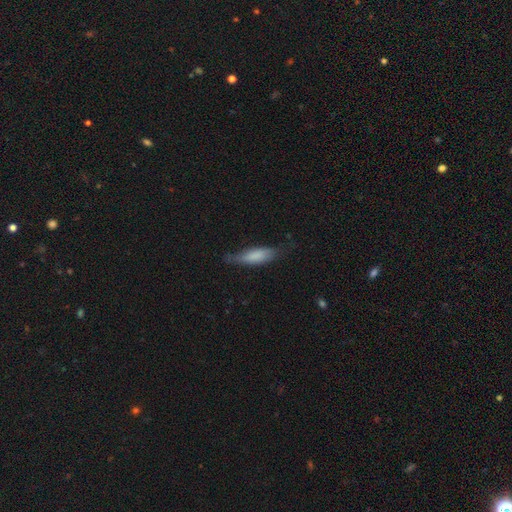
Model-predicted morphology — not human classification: Smooth or featured: smooth — 74% (featured or disk — 20%)
How rounded: cigar-shaped — 53% (in between — 45%)
Merging: none — 59% (minor disturbance — 31%)